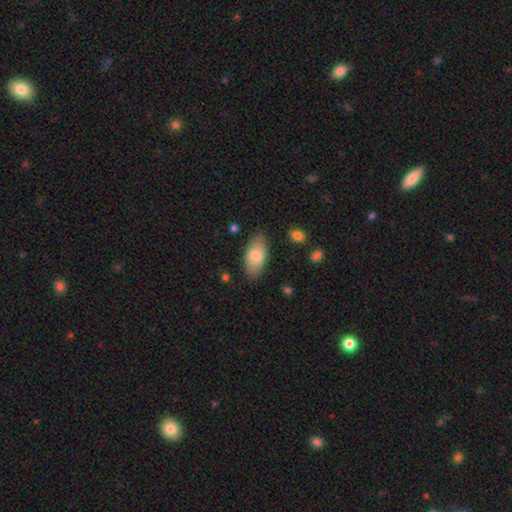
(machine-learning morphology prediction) Smooth or featured?
  - smooth: 78% *
  - featured or disk: 16%
  - star or artifact: 6%
How rounded?
  - in between: 92% *
  - cigar-shaped: 5%
  - round: 3%
Merging?
  - none: 84% *
  - minor disturbance: 12%
  - major disturbance: 3%
  - merger: 1%